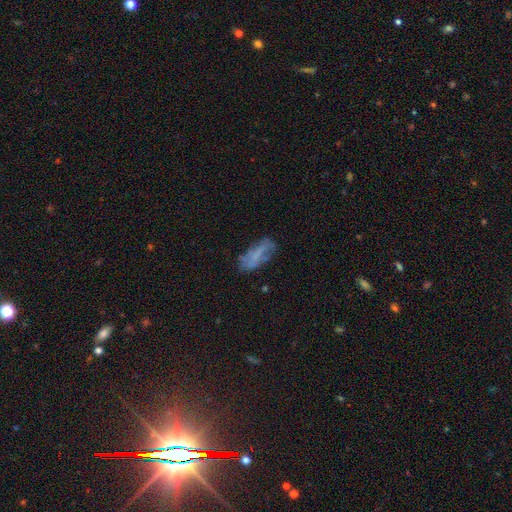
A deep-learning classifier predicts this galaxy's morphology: Smooth or featured: smooth — 52% (featured or disk — 37%)
How rounded: in between — 75% (cigar-shaped — 22%)
Merging: none — 57% (minor disturbance — 26%)